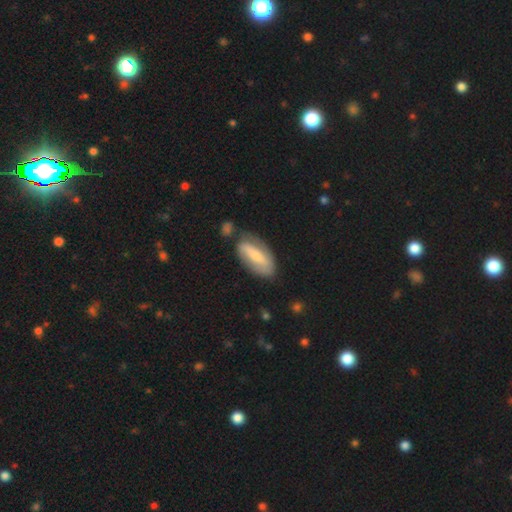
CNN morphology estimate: Smooth or featured? featured or disk (52%)
Edge-on disk? no (86%)
Merging? none (68%)